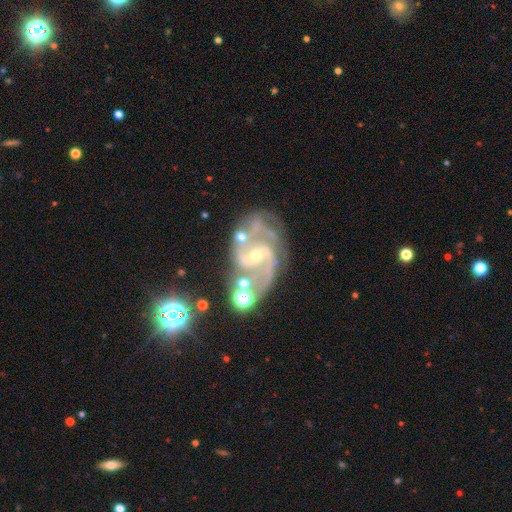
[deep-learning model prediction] Q: Smooth or featured?
A: featured or disk (90%); runner-up: star or artifact (7%)
Q: Edge-on disk?
A: no (98%); runner-up: yes (2%)
Q: Bar?
A: weak (44%); runner-up: strong (37%)
Q: Spiral arms?
A: yes (98%); runner-up: no (2%)
Q: Spiral winding?
A: medium (56%); runner-up: loose (26%)
Q: Spiral arm count?
A: 2 (77%); runner-up: 3 (9%)
Q: Bulge size?
A: small (72%); runner-up: moderate (24%)
Q: Merging?
A: none (59%); runner-up: minor disturbance (20%)